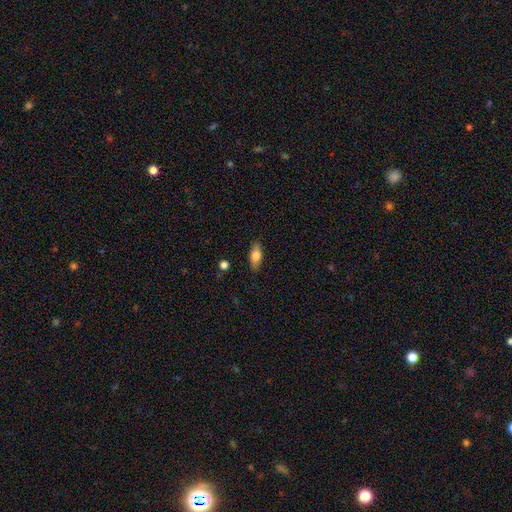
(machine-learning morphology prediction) The model was most divided on "smooth or featured": smooth: 77%, featured or disk: 16%, star or artifact: 7%. More confident: merging — none (85%); how rounded — in between (81%).